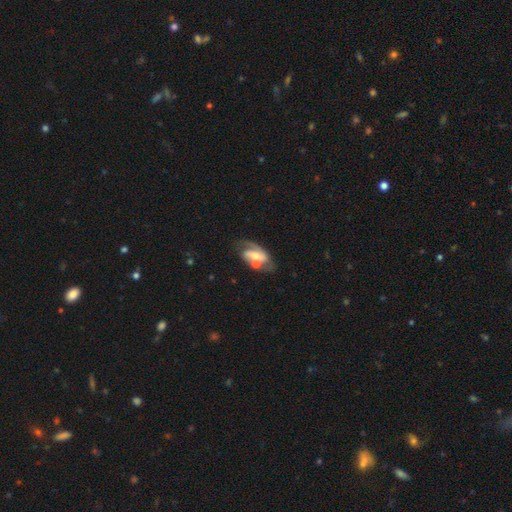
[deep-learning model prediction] Smooth or featured: featured or disk — 73% (smooth — 20%)
Edge-on disk: no — 94% (yes — 6%)
Bar: no — 41% (weak — 35%)
Spiral arms: yes — 79% (no — 21%)
Spiral winding: medium — 43% (loose — 36%)
Spiral arm count: 2 — 71% (1 — 16%)
Bulge size: moderate — 51% (small — 37%)
Merging: none — 40% (merger — 28%)